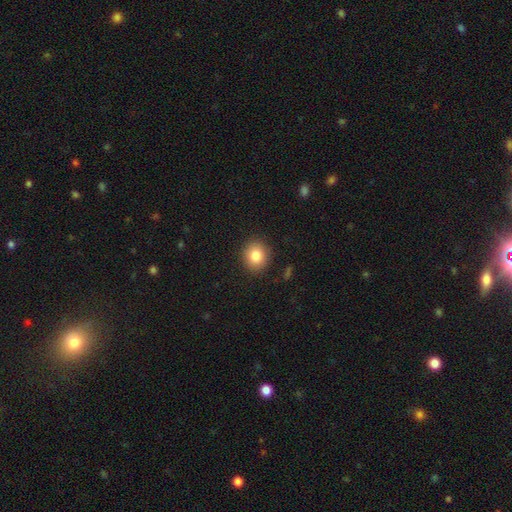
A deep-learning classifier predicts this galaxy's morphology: A smooth galaxy with no disk features (84%) that is round (74%). Merging: none (89%).